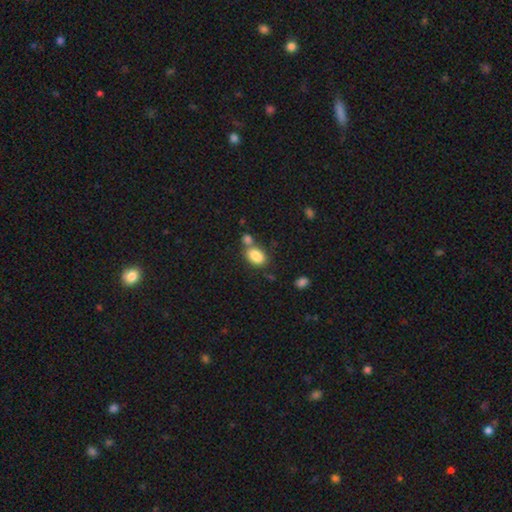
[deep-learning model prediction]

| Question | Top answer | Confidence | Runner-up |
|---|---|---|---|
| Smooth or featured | smooth | 85% | star or artifact (8%) |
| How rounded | in between | 86% | round (12%) |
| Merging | none | 49% | merger (34%) |